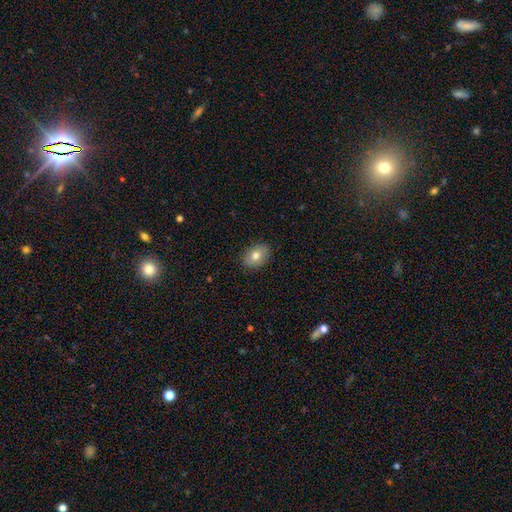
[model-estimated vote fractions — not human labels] A smooth galaxy with no disk features (78%) that is in between round and cigar-shaped (72%).

Vote fractions:
- Smooth or featured? smooth: 78% / featured or disk: 13% / star or artifact: 9%
- How rounded? in between: 72% / round: 27% / cigar-shaped: 1%
- Merging? none: 88% / minor disturbance: 9% / major disturbance: 2% / merger: 1%